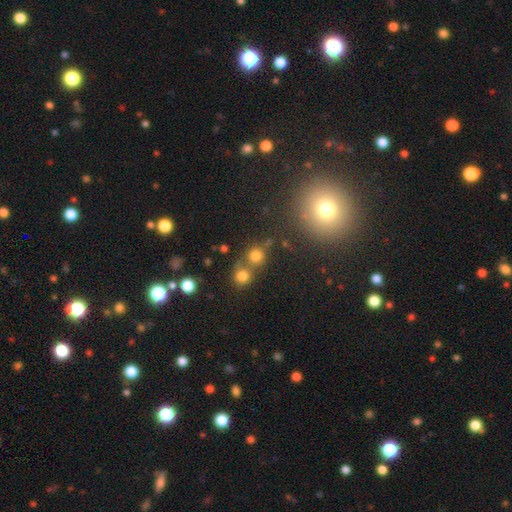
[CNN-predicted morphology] smooth 74%, star or artifact 18%, featured or disk 8%. Down the decision tree: how rounded — round (89%); merging — none (57%).